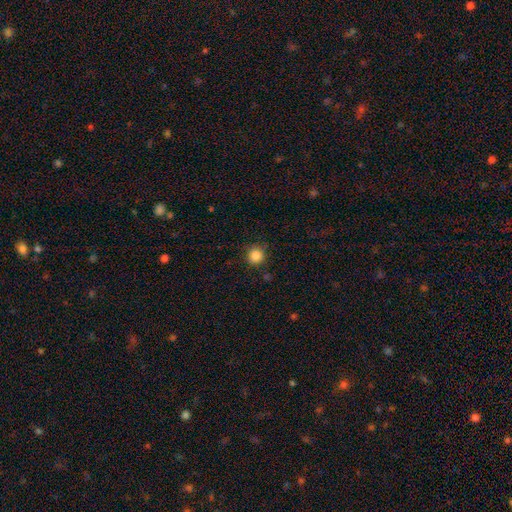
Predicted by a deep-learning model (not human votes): A smooth galaxy with no disk features (86%) that is round (92%). Merging: none (86%).